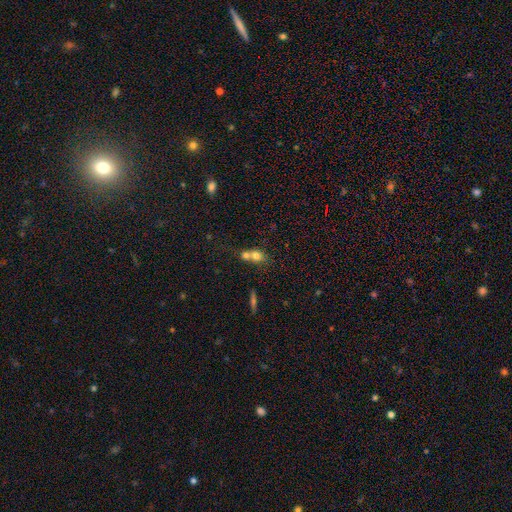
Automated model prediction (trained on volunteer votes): Smooth or featured: smooth — 73% (featured or disk — 16%)
How rounded: round — 62% (in between — 35%)
Merging: merger — 64% (none — 26%)